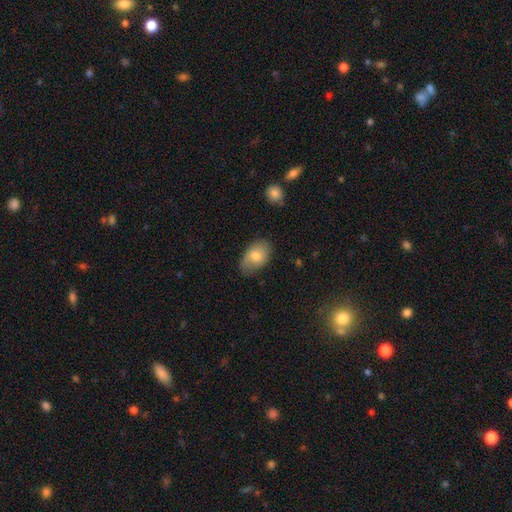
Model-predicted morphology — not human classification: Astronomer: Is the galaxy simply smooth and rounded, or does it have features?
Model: smooth — 75%.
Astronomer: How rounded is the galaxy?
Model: in between — 91%.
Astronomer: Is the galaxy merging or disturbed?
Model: none — 71%.